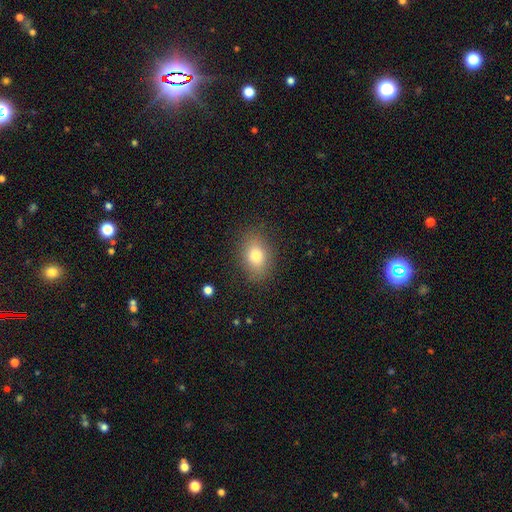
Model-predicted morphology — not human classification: Smooth or featured? smooth (78%)
How rounded? in between (80%)
Merging? none (84%)